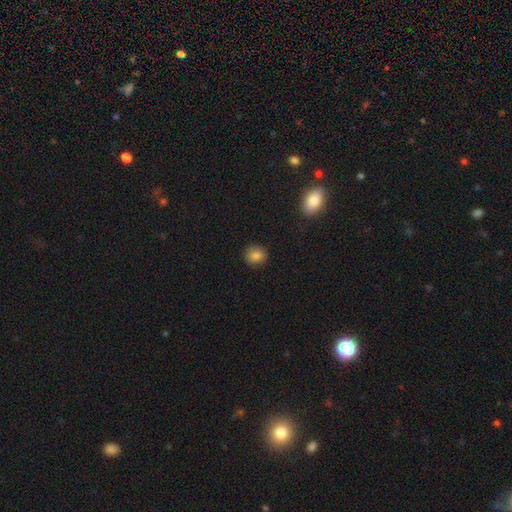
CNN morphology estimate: smooth 82%, star or artifact 11%, featured or disk 7%. Down the decision tree: how rounded — round (87%); merging — none (89%).